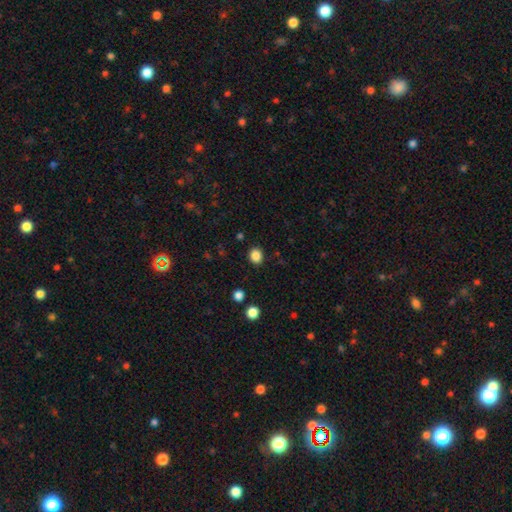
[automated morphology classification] type=smooth (86%); roundness=round (62%); merging=none (89%).